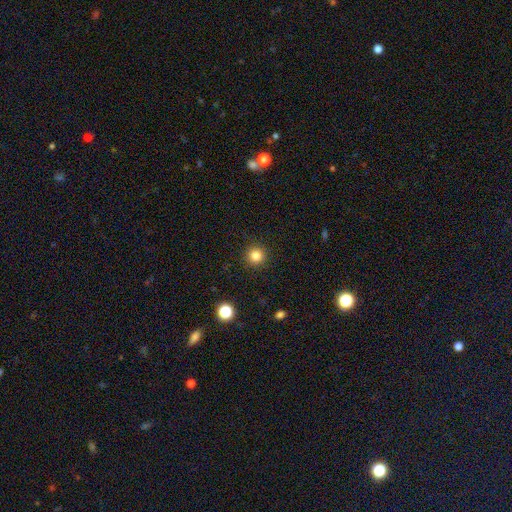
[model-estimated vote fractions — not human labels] Smooth or featured?
  - smooth: 83% *
  - star or artifact: 12%
  - featured or disk: 5%
How rounded?
  - round: 95% *
  - in between: 4%
  - cigar-shaped: 1%
Merging?
  - none: 91% *
  - minor disturbance: 6%
  - major disturbance: 2%
  - merger: 1%